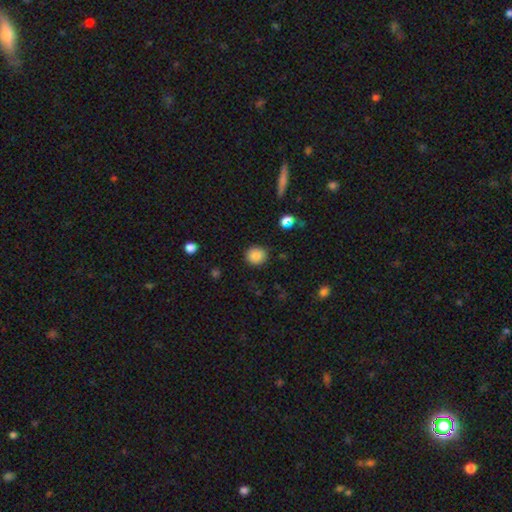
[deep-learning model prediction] smooth 84%, star or artifact 10%, featured or disk 6%. Down the decision tree: how rounded — round (87%); merging — none (89%).